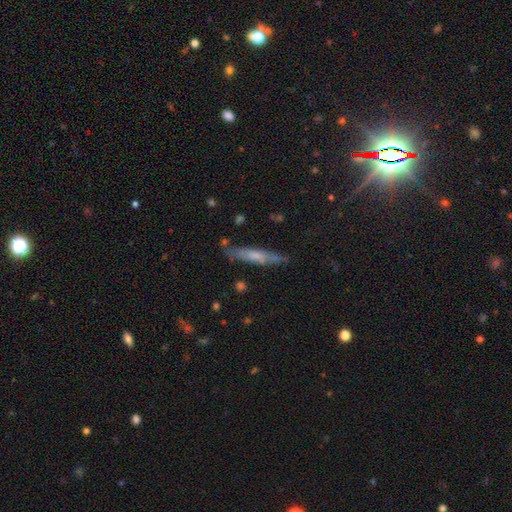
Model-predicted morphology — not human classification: Smooth or featured?
  - smooth: 53% *
  - featured or disk: 40%
  - star or artifact: 7%
How rounded?
  - cigar-shaped: 87% *
  - in between: 11%
  - round: 2%
Merging?
  - none: 75% *
  - minor disturbance: 17%
  - major disturbance: 4%
  - merger: 3%